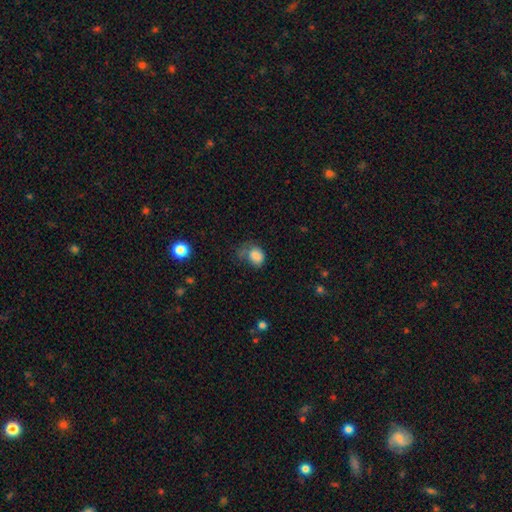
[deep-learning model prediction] A smooth galaxy with no disk features (83%) that is in between round and cigar-shaped (56%).

Vote fractions:
- Smooth or featured? smooth: 83% / star or artifact: 9% / featured or disk: 8%
- How rounded? in between: 56% / round: 43% / cigar-shaped: 1%
- Merging? none: 38% / minor disturbance: 29% / major disturbance: 25% / merger: 8%